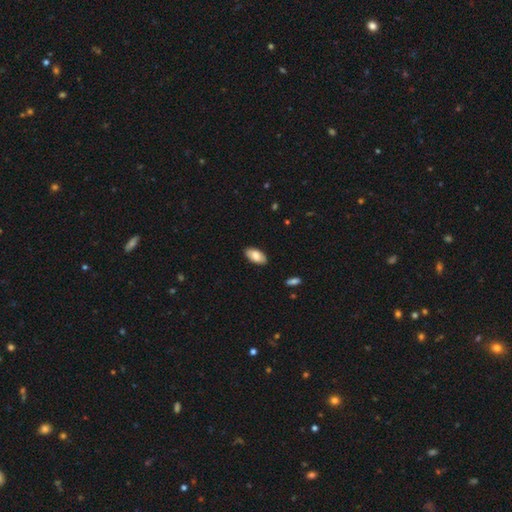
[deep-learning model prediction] smooth_or_featured: smooth (p=0.81) [alt: featured or disk p=0.12]
how_rounded: in between (p=0.94) [alt: cigar-shaped p=0.04]
merging: none (p=0.87) [alt: minor disturbance p=0.10]